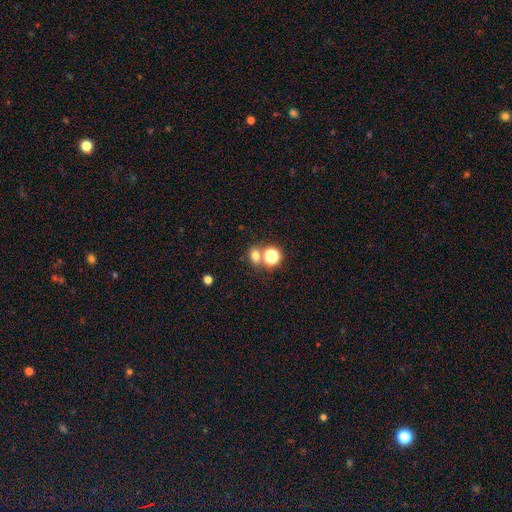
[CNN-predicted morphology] type=smooth (71%); roundness=round (55%); merging=none (61%).